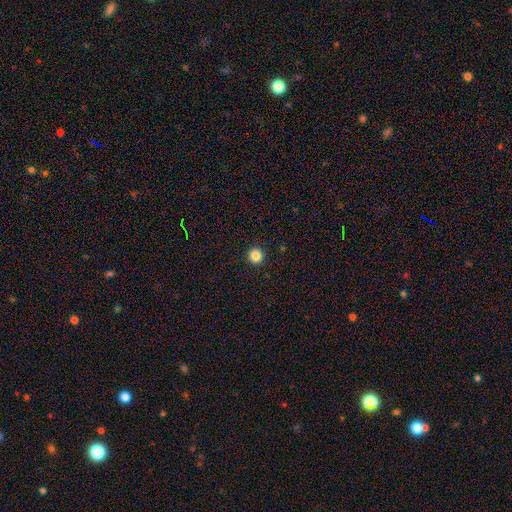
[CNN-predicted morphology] Smooth or featured?
  - smooth: 85% *
  - star or artifact: 11%
  - featured or disk: 4%
How rounded?
  - round: 95% *
  - in between: 4%
  - cigar-shaped: 1%
Merging?
  - none: 94% *
  - minor disturbance: 4%
  - major disturbance: 1%
  - merger: 1%